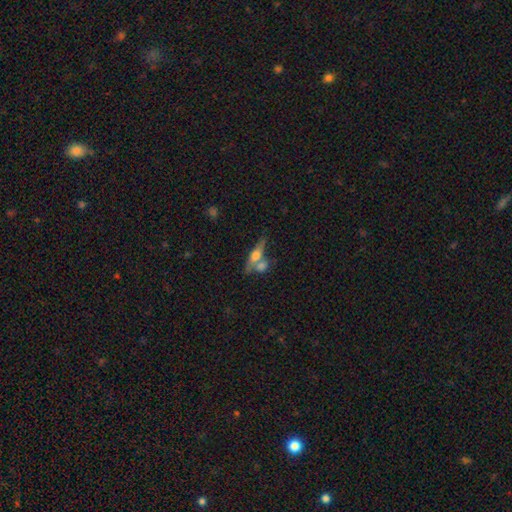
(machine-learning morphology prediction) smooth-or-featured: featured or disk: 50% | smooth: 41% | star or artifact: 9%
  disk-edge-on: yes: 82% | no: 18%
  merging: none: 45% | merger: 38% | minor disturbance: 12% | major disturbance: 6%